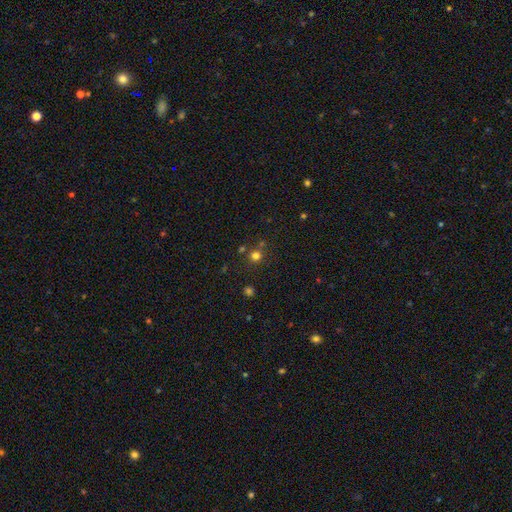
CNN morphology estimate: A smooth galaxy with no disk features (73%) that is round (91%).

Vote fractions:
- Smooth or featured? smooth: 73% / star or artifact: 21% / featured or disk: 6%
- How rounded? round: 91% / in between: 8% / cigar-shaped: 1%
- Merging? none: 75% / merger: 13% / minor disturbance: 9% / major disturbance: 3%